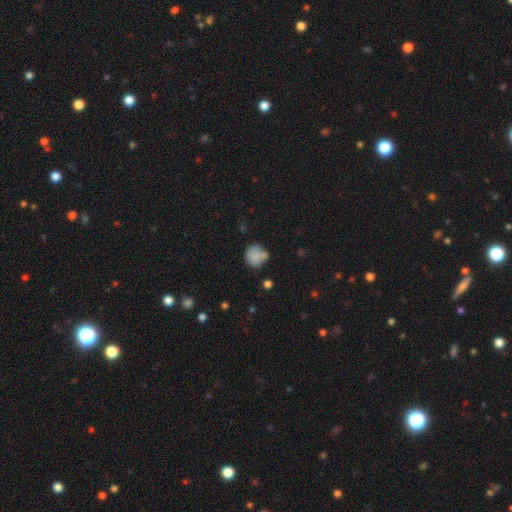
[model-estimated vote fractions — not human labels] Smooth or featured: smooth — 79% (featured or disk — 12%)
How rounded: round — 85% (in between — 14%)
Merging: none — 60% (minor disturbance — 23%)